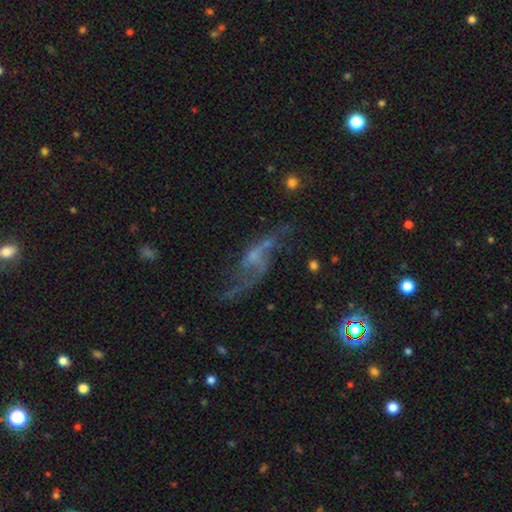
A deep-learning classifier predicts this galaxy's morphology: A featured or disk galaxy (67%) with no bar (60%), spiral arms (68%) and a small central bulge (45%). Merging: none (38%).